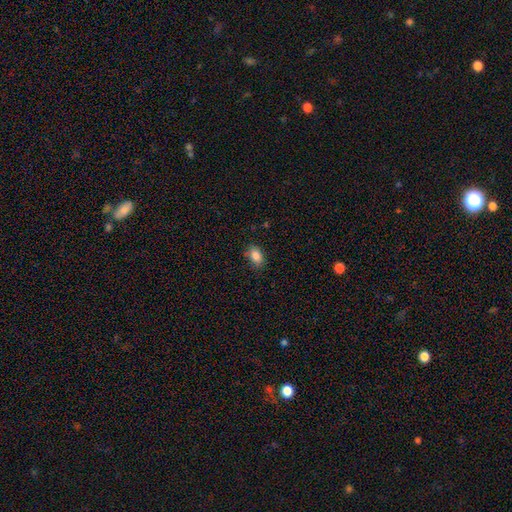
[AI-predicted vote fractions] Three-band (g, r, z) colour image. It shows a smooth galaxy with no disk features (86%) that is in between round and cigar-shaped (84%). Merging: none (79%).